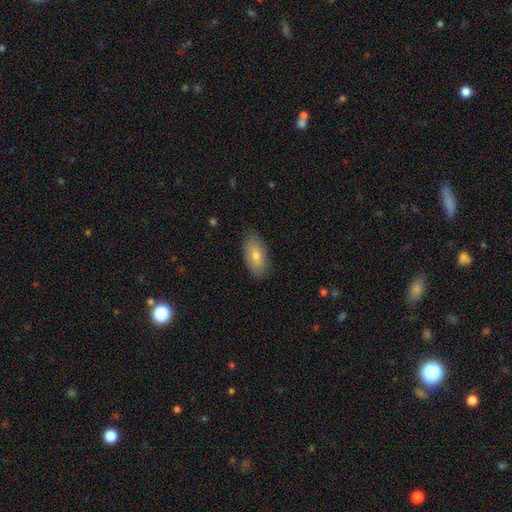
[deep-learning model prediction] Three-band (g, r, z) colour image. It shows a smooth galaxy with no disk features (66%) that is in between round and cigar-shaped (89%). Merging: none (85%).